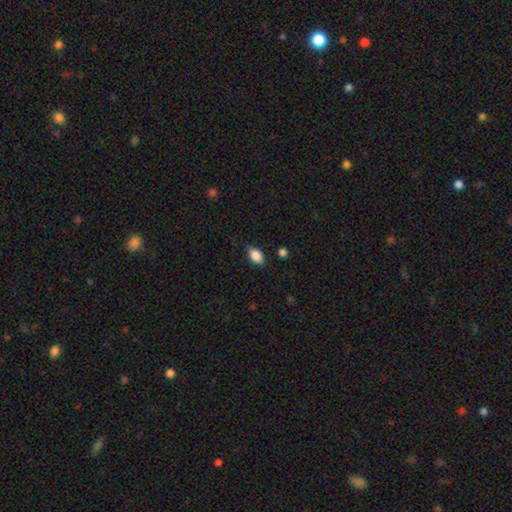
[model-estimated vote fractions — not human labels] A smooth galaxy with no disk features (87%) that is in between round and cigar-shaped (88%). Merging: none (83%).